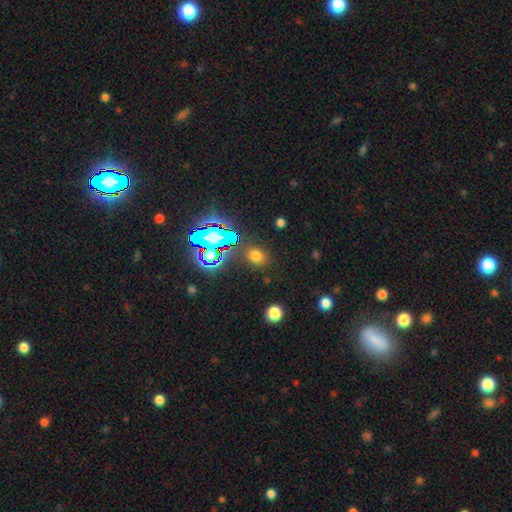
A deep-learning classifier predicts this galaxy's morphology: This appears to be a smooth galaxy with no disk features (63%) that is round (63%). Merging: none (83%).